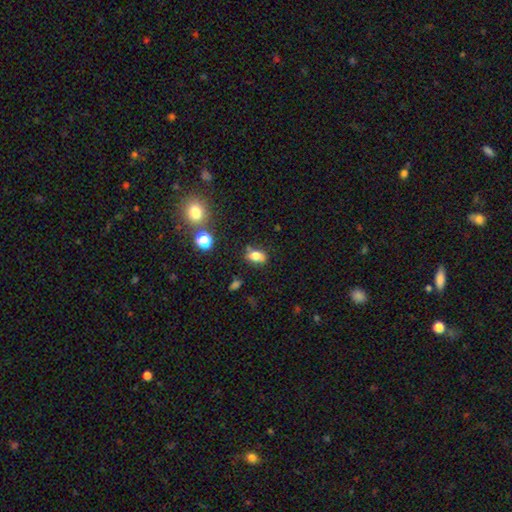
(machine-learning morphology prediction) Smooth or featured?
  - smooth: 74% *
  - featured or disk: 13%
  - star or artifact: 13%
How rounded?
  - in between: 79% *
  - round: 18%
  - cigar-shaped: 3%
Merging?
  - none: 70% *
  - minor disturbance: 18%
  - merger: 7%
  - major disturbance: 5%